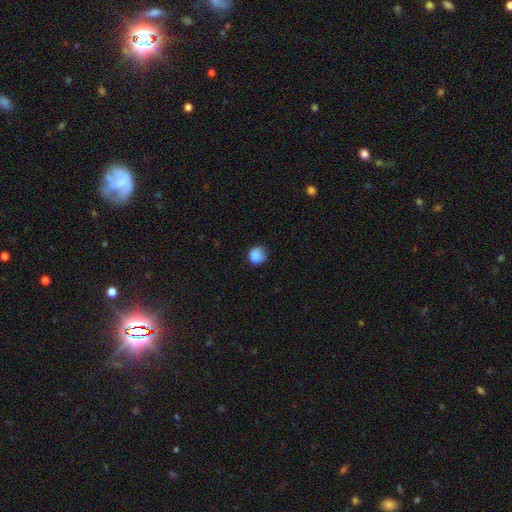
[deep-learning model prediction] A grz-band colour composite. It shows a smooth galaxy with no disk features (87%) that is round (87%). Merging: none (71%).